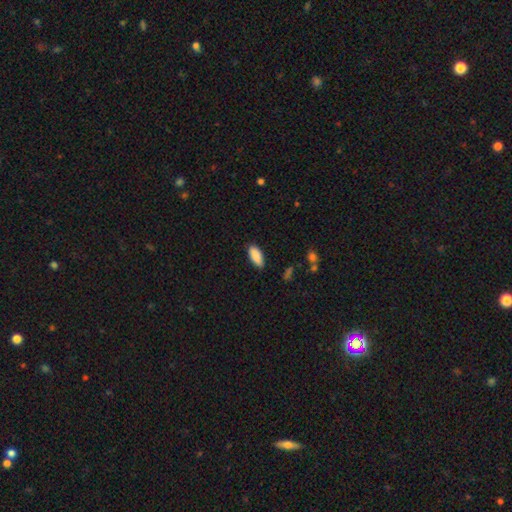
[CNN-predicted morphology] smooth_or_featured: smooth (p=0.89) [alt: star or artifact p=0.06]
how_rounded: in between (p=0.85) [alt: cigar-shaped p=0.13]
merging: none (p=0.84) [alt: minor disturbance p=0.13]